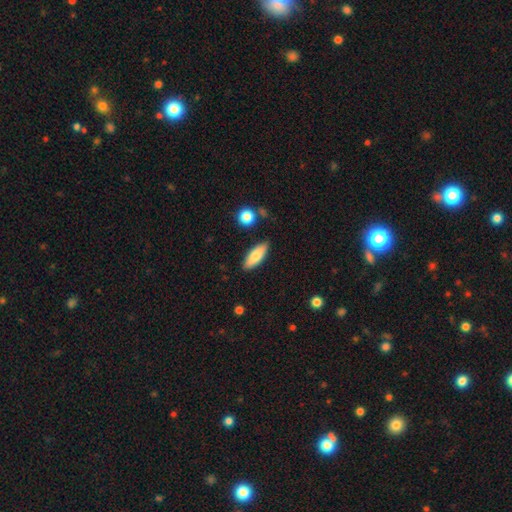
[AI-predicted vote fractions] This appears to be a smooth galaxy with no disk features (77%) that is in between round and cigar-shaped (66%). Merging: none (86%).